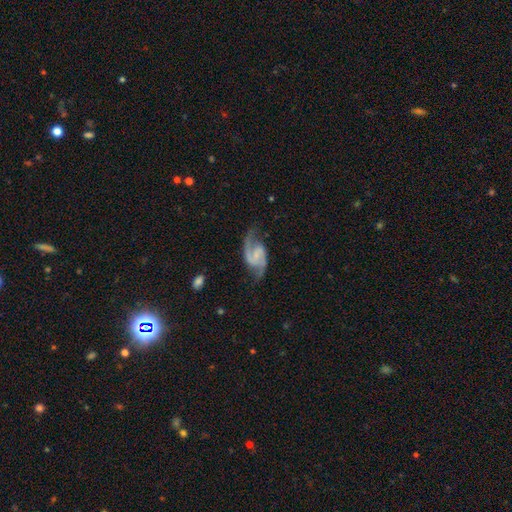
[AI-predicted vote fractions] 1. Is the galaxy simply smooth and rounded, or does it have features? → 89% featured or disk, 6% smooth, 5% star or artifact.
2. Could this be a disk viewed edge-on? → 98% no, 2% yes.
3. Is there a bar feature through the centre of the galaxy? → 48% weak, 33% no, 19% strong.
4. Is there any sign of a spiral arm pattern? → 97% yes, 3% no.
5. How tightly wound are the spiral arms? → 52% medium, 35% loose, 13% tight.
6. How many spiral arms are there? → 93% 2, 2% can't tell, 2% 1, 1% 3, 1% 4, 1% more than 4.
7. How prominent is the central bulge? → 47% none, 36% small, 13% moderate, 2% large, 1% dominant.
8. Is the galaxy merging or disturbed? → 73% none, 17% minor disturbance, 8% major disturbance, 2% merger.